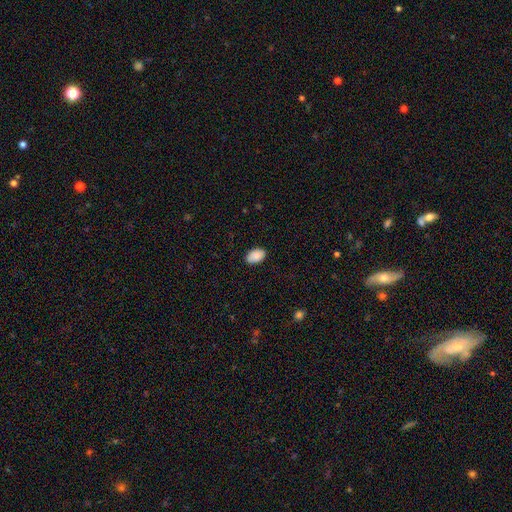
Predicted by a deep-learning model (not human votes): Smooth or featured?
  - smooth: 89% *
  - star or artifact: 6%
  - featured or disk: 4%
How rounded?
  - in between: 91% *
  - round: 7%
  - cigar-shaped: 1%
Merging?
  - none: 87% *
  - minor disturbance: 10%
  - major disturbance: 2%
  - merger: 1%